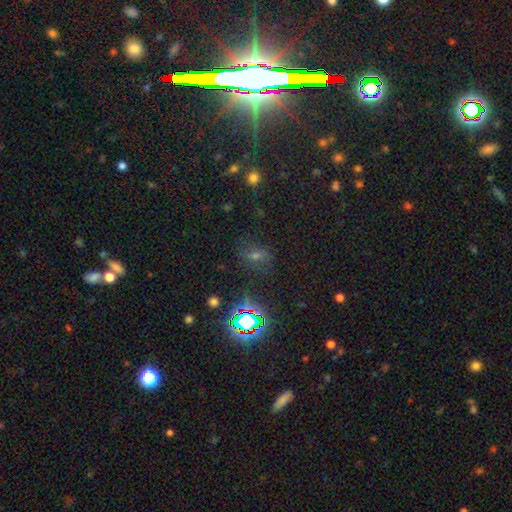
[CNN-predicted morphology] smooth-or-featured: star or artifact: 50% | smooth: 30% | featured or disk: 20%